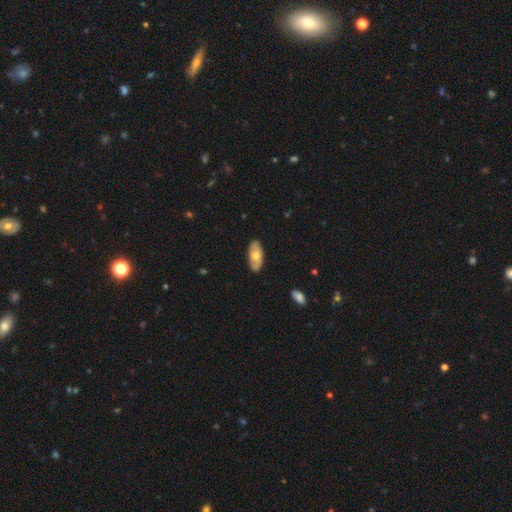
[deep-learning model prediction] The model was most divided on "smooth or featured": smooth: 49%, featured or disk: 46%, star or artifact: 5%. More confident: merging — none (86%).